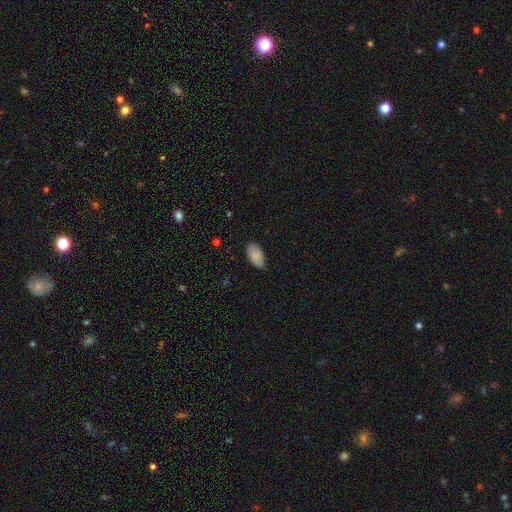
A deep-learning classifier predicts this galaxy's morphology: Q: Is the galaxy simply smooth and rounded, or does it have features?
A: smooth — 83%.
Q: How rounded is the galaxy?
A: in between — 94%.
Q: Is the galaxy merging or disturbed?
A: none — 72%.